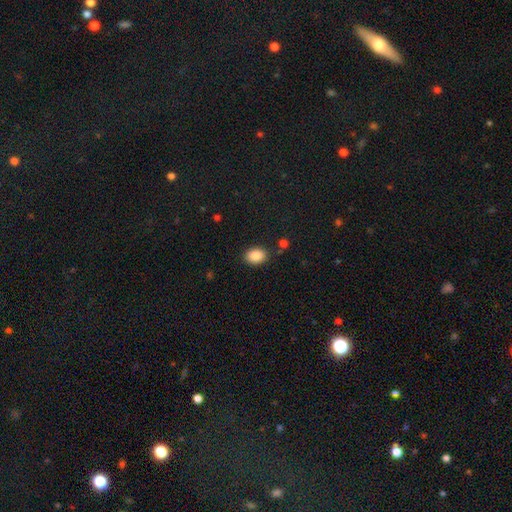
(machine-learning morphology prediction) Smooth or featured? smooth (88%)
How rounded? in between (74%)
Merging? none (84%)